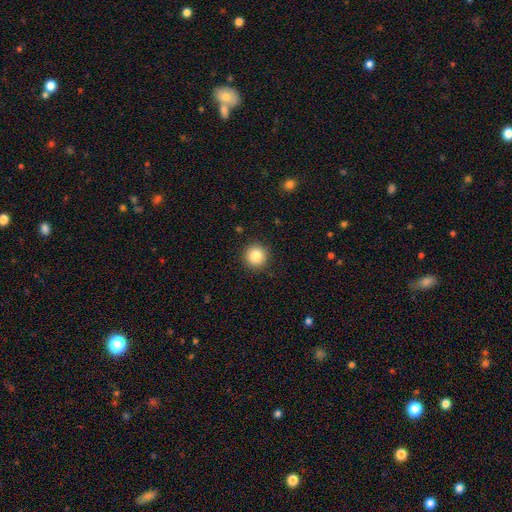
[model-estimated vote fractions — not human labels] Smooth or featured?
  - smooth: 85% *
  - star or artifact: 10%
  - featured or disk: 5%
How rounded?
  - round: 95% *
  - in between: 4%
  - cigar-shaped: 1%
Merging?
  - none: 91% *
  - minor disturbance: 6%
  - major disturbance: 2%
  - merger: 1%